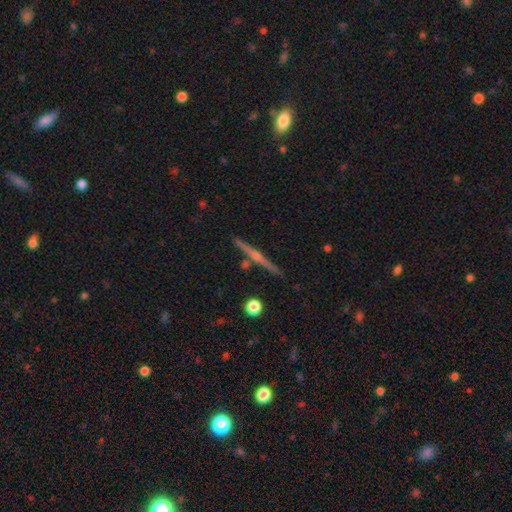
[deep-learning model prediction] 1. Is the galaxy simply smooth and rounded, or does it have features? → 75% featured or disk, 19% smooth, 7% star or artifact.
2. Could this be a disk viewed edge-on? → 98% yes, 2% no.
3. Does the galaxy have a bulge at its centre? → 75% rounded, 19% none, 6% boxy.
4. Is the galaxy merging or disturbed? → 88% none, 7% minor disturbance, 3% merger, 2% major disturbance.